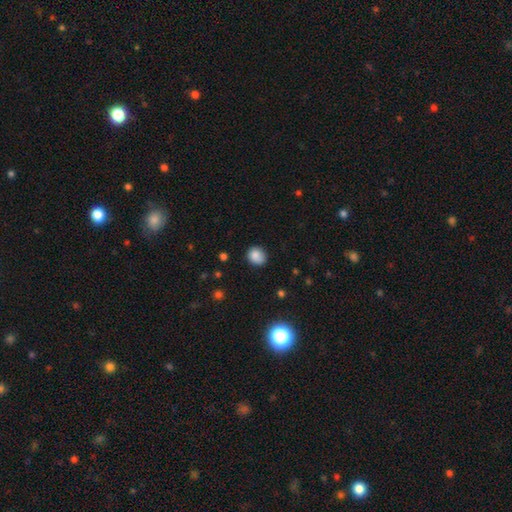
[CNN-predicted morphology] The model was most divided on "how rounded": round: 71%, in between: 28%, cigar-shaped: 1%. More confident: smooth or featured — smooth (85%); merging — none (81%).